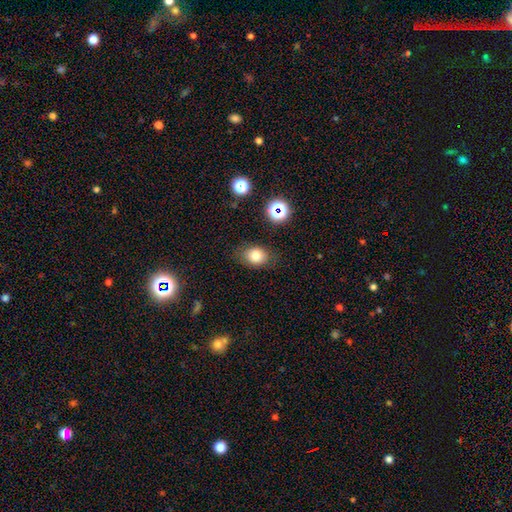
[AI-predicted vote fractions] A smooth galaxy with no disk features (79%) that is in between round and cigar-shaped (67%).

Vote fractions:
- Smooth or featured? smooth: 79% / star or artifact: 12% / featured or disk: 9%
- How rounded? in between: 67% / round: 32% / cigar-shaped: 1%
- Merging? none: 79% / minor disturbance: 14% / major disturbance: 4% / merger: 2%